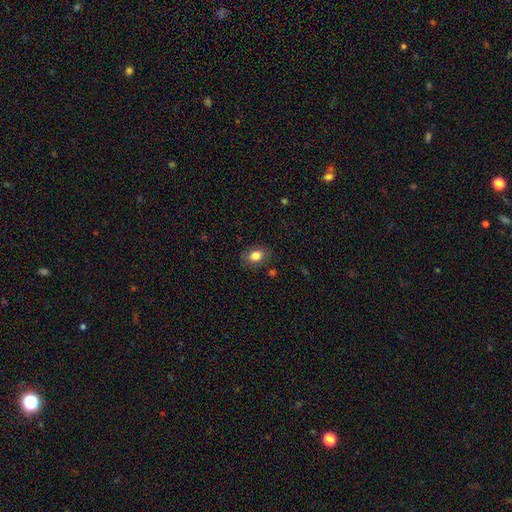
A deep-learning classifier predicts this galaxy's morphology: This appears to be a smooth galaxy with no disk features (81%) that is in between round and cigar-shaped (76%). Merging: none (81%).